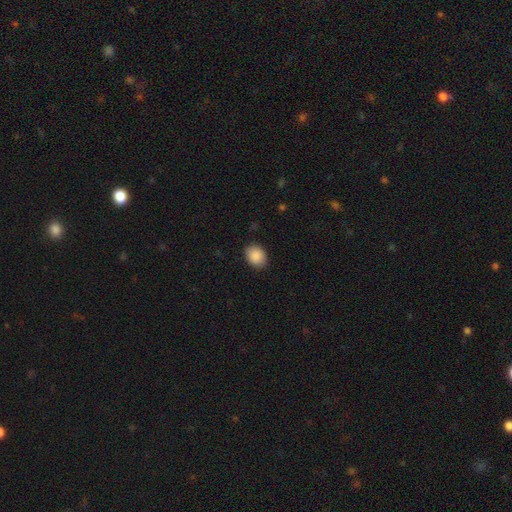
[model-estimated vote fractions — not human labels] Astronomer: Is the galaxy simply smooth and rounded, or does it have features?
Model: smooth — 90%.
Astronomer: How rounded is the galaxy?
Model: in between — 55% (runner-up: round, 44%).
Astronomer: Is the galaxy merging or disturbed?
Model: none — 86%.